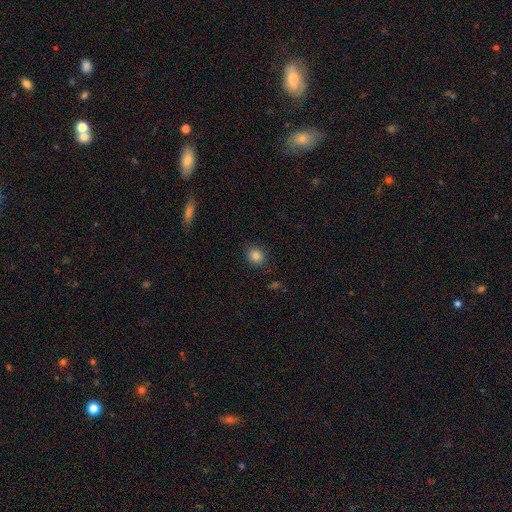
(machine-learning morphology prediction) This is clearly a smooth galaxy (84%). How rounded: likely round (74%). Merging: clearly none (87%).